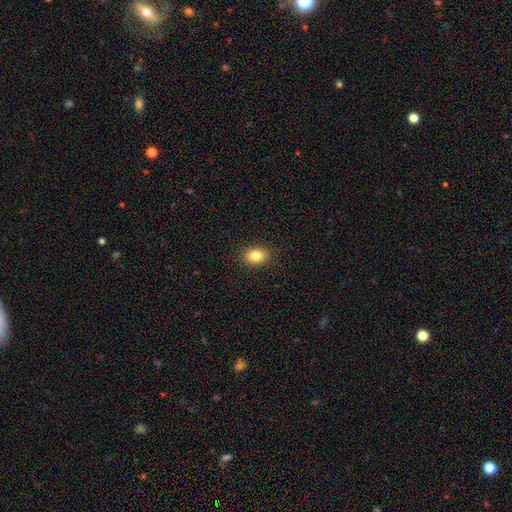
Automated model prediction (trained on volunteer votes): This appears to be a smooth galaxy with no disk features (84%) that is in between round and cigar-shaped (69%). Merging: none (89%).